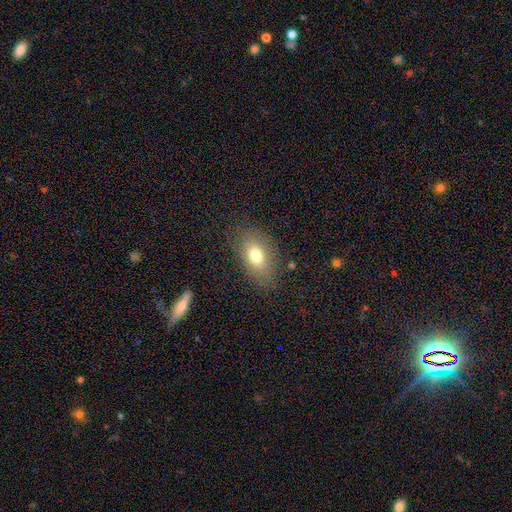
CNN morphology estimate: Smooth or featured?
  - smooth: 74% *
  - featured or disk: 16%
  - star or artifact: 10%
How rounded?
  - in between: 87% *
  - round: 10%
  - cigar-shaped: 3%
Merging?
  - none: 81% *
  - minor disturbance: 13%
  - major disturbance: 5%
  - merger: 1%